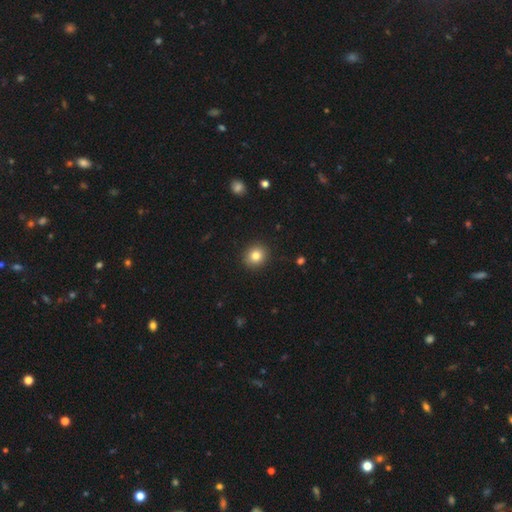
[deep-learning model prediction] Smooth or featured: smooth — 82% (star or artifact — 10%)
How rounded: round — 84% (in between — 15%)
Merging: none — 91% (minor disturbance — 6%)